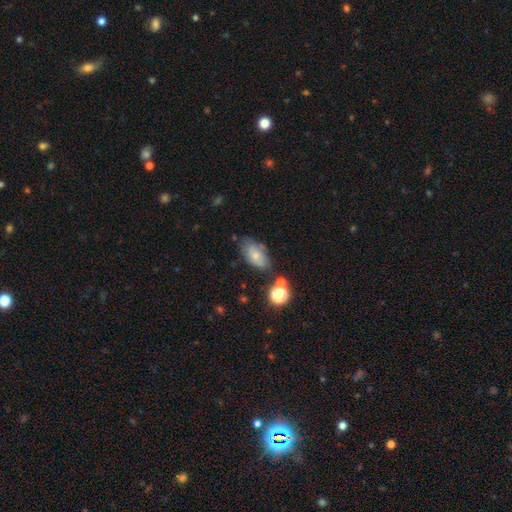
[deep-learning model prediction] Q: Smooth or featured?
A: smooth (66%); runner-up: featured or disk (23%)
Q: How rounded?
A: in between (90%); runner-up: round (7%)
Q: Merging?
A: none (60%); runner-up: minor disturbance (25%)